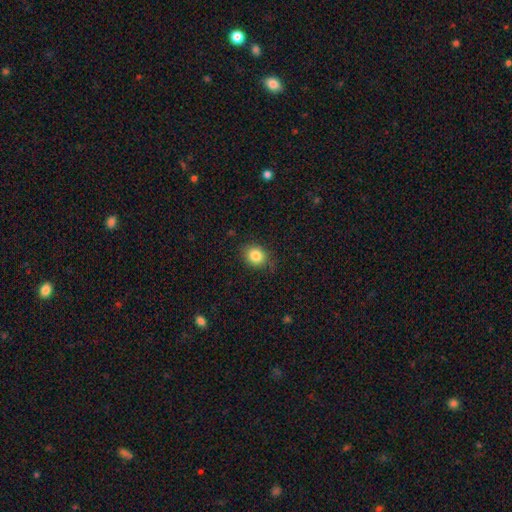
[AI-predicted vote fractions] The model was most divided on "how rounded": round: 61%, in between: 38%, cigar-shaped: 1%. More confident: smooth or featured — smooth (84%); merging — none (81%).